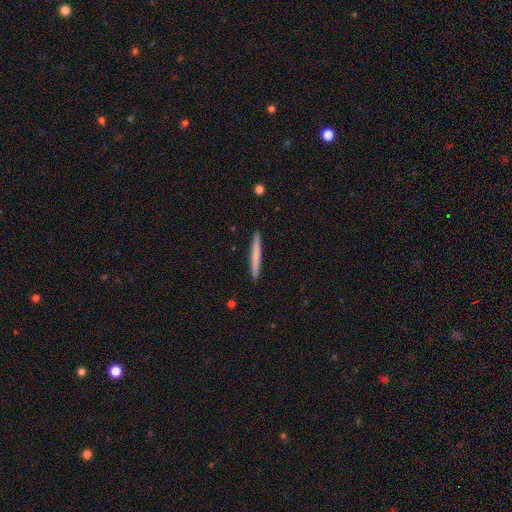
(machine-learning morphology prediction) smooth_or_featured: smooth (p=0.67) [alt: featured or disk p=0.28]
how_rounded: cigar-shaped (p=0.97) [alt: in between p=0.02]
merging: none (p=0.93) [alt: minor disturbance p=0.05]